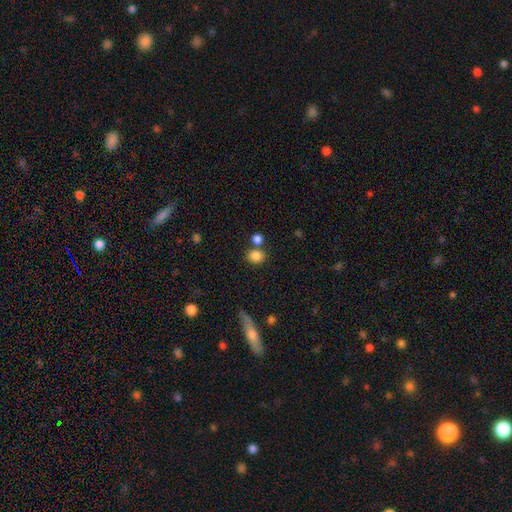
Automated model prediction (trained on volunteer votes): This is clearly a smooth galaxy (84%). How rounded: possibly round (58%). Merging: likely none (67%).